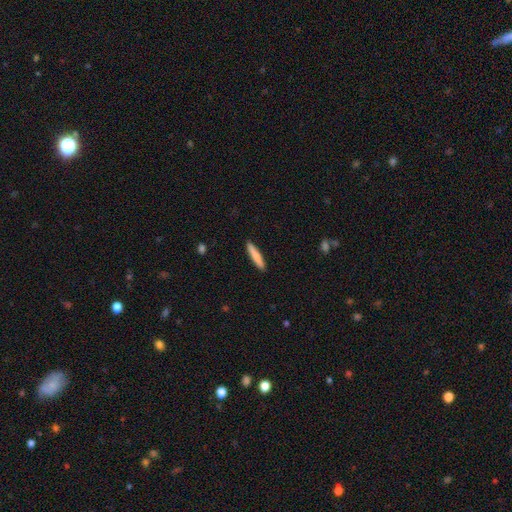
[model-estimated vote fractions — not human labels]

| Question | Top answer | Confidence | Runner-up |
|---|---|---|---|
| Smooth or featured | smooth | 78% | featured or disk (17%) |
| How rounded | cigar-shaped | 92% | in between (7%) |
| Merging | none | 91% | minor disturbance (6%) |